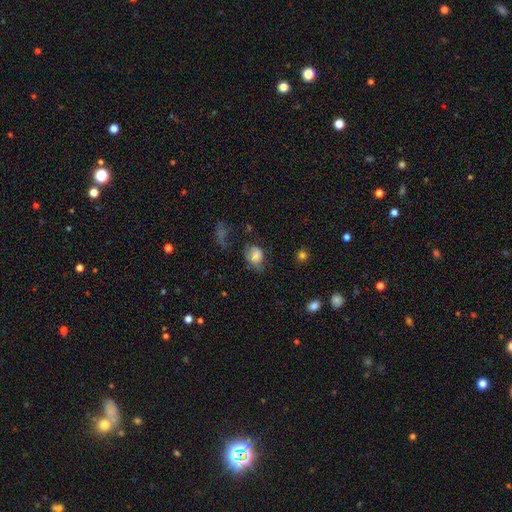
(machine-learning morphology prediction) smooth-or-featured: smooth: 67% | featured or disk: 23% | star or artifact: 9%
  how-rounded: in between: 59% | round: 40% | cigar-shaped: 1%
  merging: none: 39% | minor disturbance: 34% | major disturbance: 23% | merger: 4%